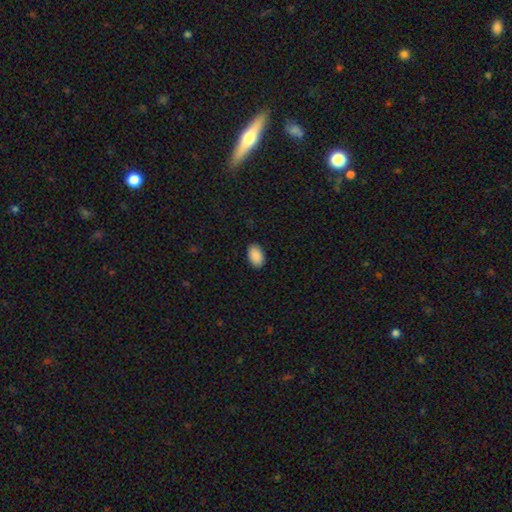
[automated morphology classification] The model was most divided on "merging": none: 89%, minor disturbance: 8%, major disturbance: 2%, merger: 1%. More confident: how rounded — in between (92%); smooth or featured — smooth (91%).